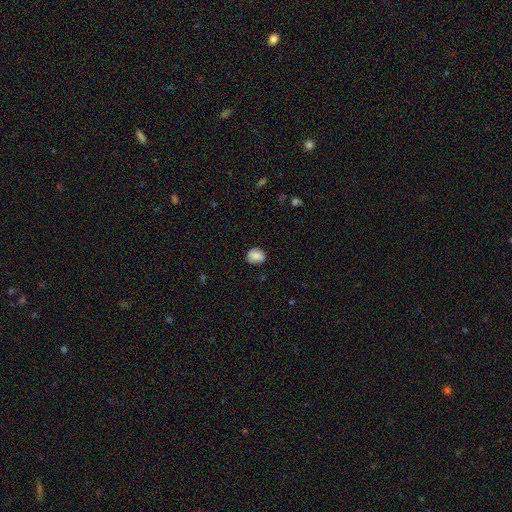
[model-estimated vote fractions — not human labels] smooth_or_featured: smooth (p=0.85) [alt: star or artifact p=0.08]
how_rounded: round (p=0.62) [alt: in between p=0.37]
merging: none (p=0.82) [alt: minor disturbance p=0.14]